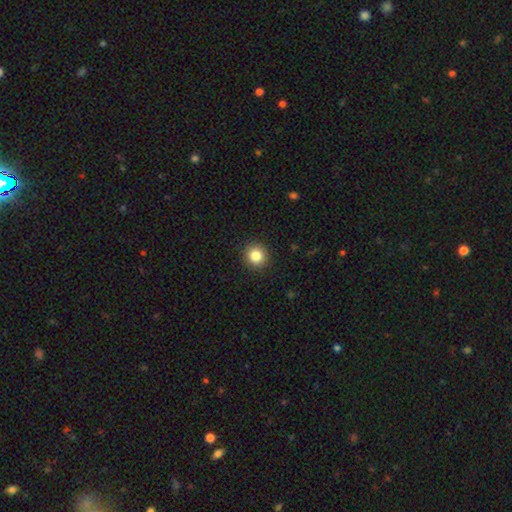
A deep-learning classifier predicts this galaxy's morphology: This appears to be a smooth galaxy with no disk features (84%) that is round (92%). Merging: none (92%).